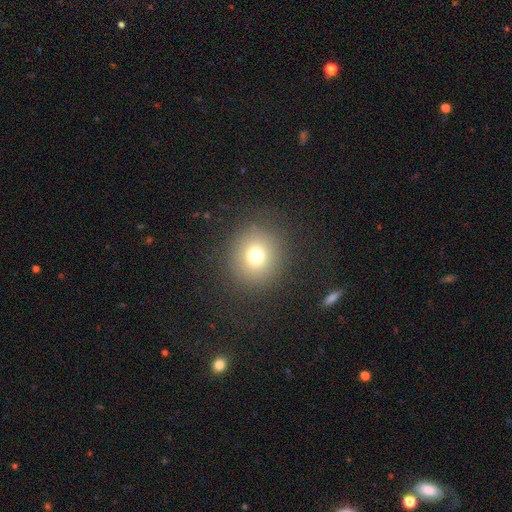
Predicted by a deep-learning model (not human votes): smooth-or-featured: smooth: 73% | star or artifact: 16% | featured or disk: 11%
  how-rounded: round: 88% | in between: 11% | cigar-shaped: 1%
  merging: none: 87% | minor disturbance: 7% | major disturbance: 5% | merger: 1%